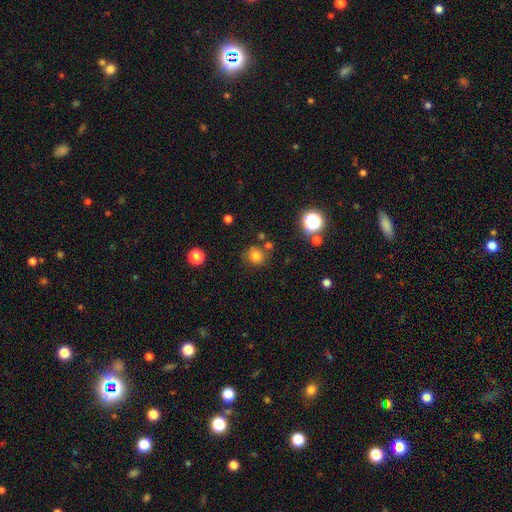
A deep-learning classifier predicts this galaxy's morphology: The model was most divided on "smooth or featured": smooth: 77%, star or artifact: 16%, featured or disk: 7%. More confident: how rounded — round (86%); merging — none (76%).